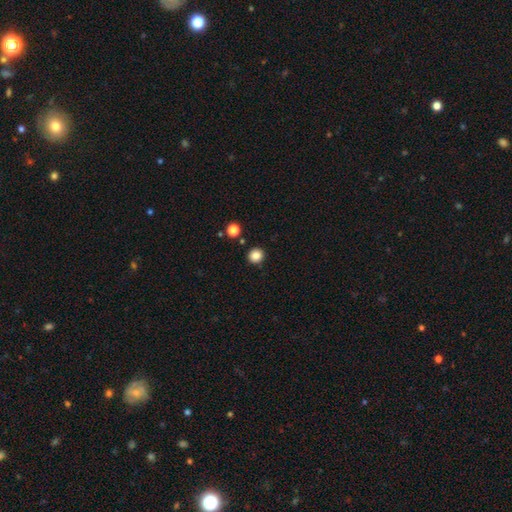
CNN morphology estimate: Smooth or featured: smooth — 85% (star or artifact — 11%)
How rounded: round — 92% (in between — 7%)
Merging: none — 90% (minor disturbance — 6%)